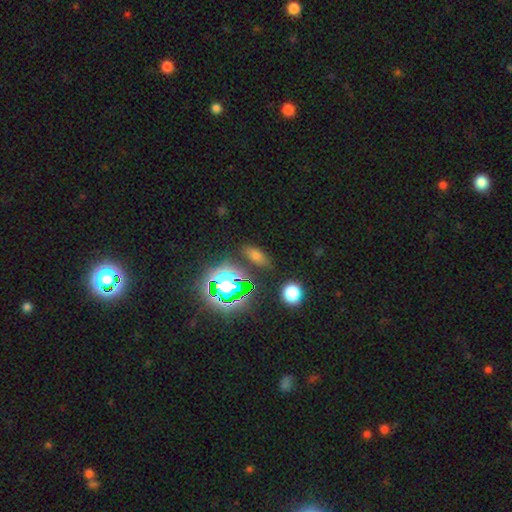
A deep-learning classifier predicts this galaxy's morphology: This appears to be a smooth galaxy with no disk features (56%) that is in between round and cigar-shaped (72%). Merging: none (80%).